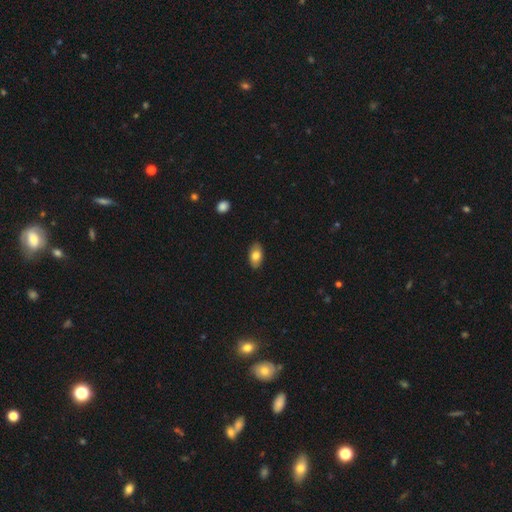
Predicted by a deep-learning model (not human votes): smooth 77%, featured or disk 16%, star or artifact 7%. Down the decision tree: how rounded — in between (92%); merging — none (87%).